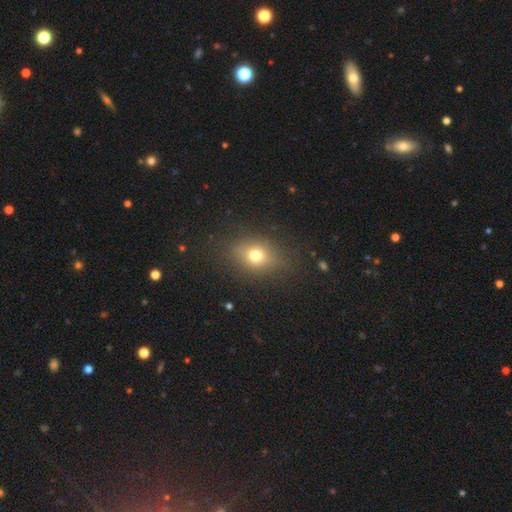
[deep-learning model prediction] Smooth or featured?
  - smooth: 73% *
  - star or artifact: 15%
  - featured or disk: 12%
How rounded?
  - in between: 52% *
  - round: 46%
  - cigar-shaped: 2%
Merging?
  - none: 79% *
  - minor disturbance: 13%
  - major disturbance: 6%
  - merger: 1%